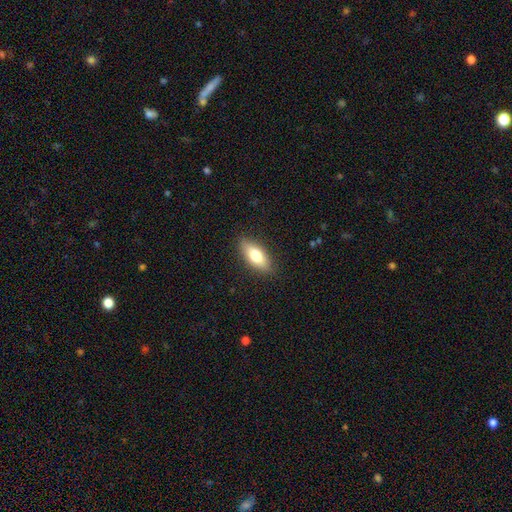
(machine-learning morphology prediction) Overall: smooth (74%). How rounded: in between (79%). Merging: none (87%).